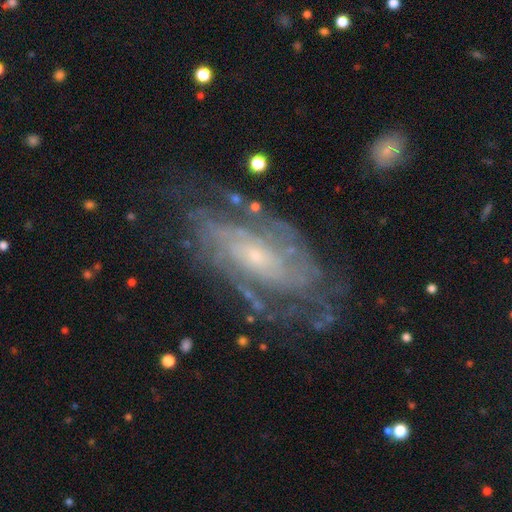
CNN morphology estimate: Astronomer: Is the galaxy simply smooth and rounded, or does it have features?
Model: featured or disk — 85%.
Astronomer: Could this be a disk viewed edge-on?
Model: no — 93%.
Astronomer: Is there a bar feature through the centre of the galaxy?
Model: no — 66%.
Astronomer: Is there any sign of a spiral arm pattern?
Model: yes — 93%.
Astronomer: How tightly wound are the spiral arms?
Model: tight — 63%.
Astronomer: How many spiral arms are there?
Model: can't tell — 44% (runner-up: 2, 21%).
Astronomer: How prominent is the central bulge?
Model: small — 78%.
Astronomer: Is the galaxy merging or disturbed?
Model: none — 71%.